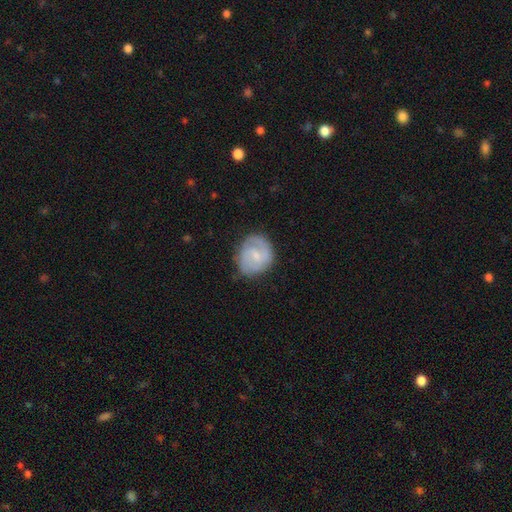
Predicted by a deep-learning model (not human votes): Smooth or featured: featured or disk — 68% (smooth — 26%)
Edge-on disk: no — 98% (yes — 2%)
Bar: weak — 58% (no — 29%)
Spiral arms: yes — 91% (no — 9%)
Spiral winding: medium — 44% (tight — 42%)
Spiral arm count: 2 — 73% (can't tell — 13%)
Bulge size: small — 54% (moderate — 30%)
Merging: none — 75% (minor disturbance — 18%)